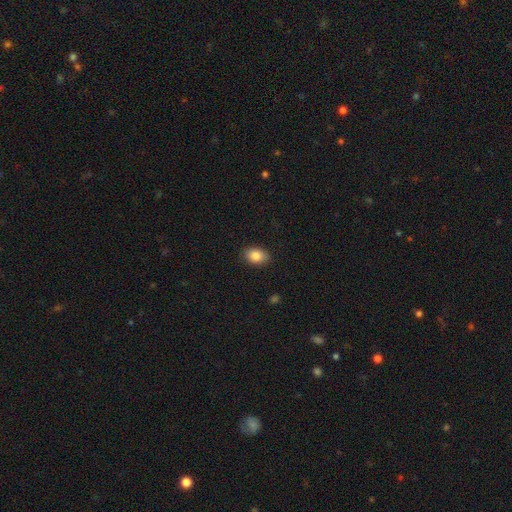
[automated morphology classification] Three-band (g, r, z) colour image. It shows a smooth galaxy with no disk features (86%) that is in between round and cigar-shaped (81%). Merging: none (88%).